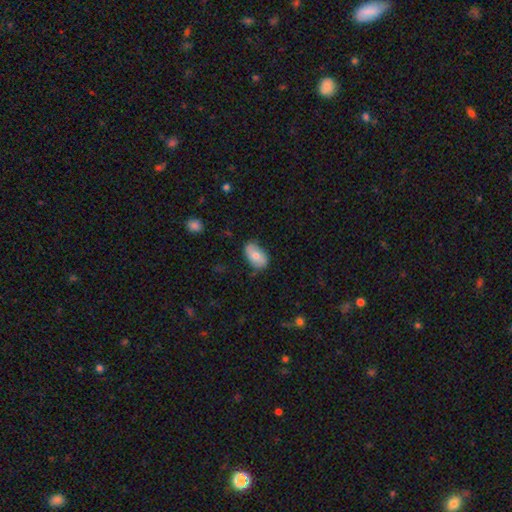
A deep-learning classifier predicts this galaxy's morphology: A smooth galaxy with no disk features (70%) that is in between round and cigar-shaped (93%). Merging: none (72%).